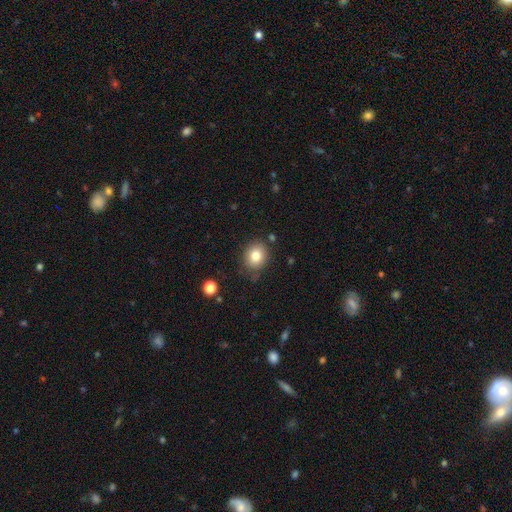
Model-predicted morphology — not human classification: The model was most divided on "how rounded": round: 67%, in between: 32%, cigar-shaped: 1%. More confident: smooth or featured — smooth (81%); merging — none (78%).